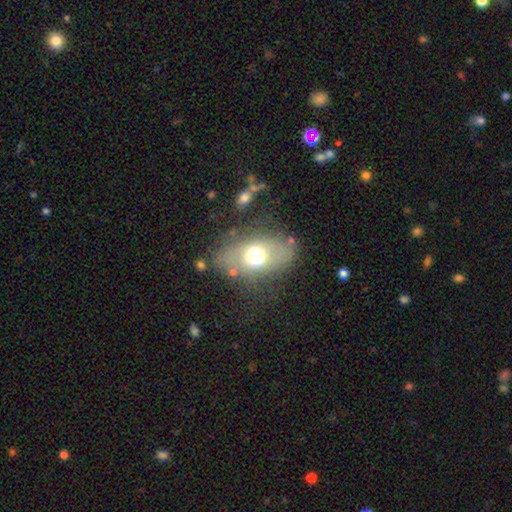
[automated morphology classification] A smooth galaxy with no disk features (52%) that is in between round and cigar-shaped (76%).

Vote fractions:
- Smooth or featured? smooth: 52% / featured or disk: 37% / star or artifact: 12%
- How rounded? in between: 76% / round: 21% / cigar-shaped: 2%
- Merging? none: 68% / minor disturbance: 17% / major disturbance: 10% / merger: 4%